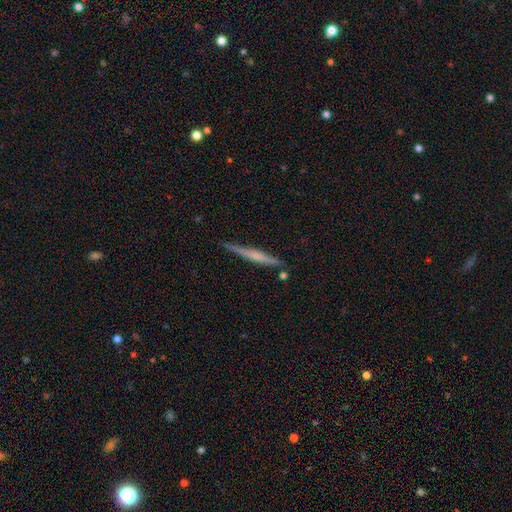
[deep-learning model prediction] This is likely a featured or disk galaxy (61%). It is clearly viewed edge-on (97%). Edge-on bulge: marginally rounded (41%). Merging: clearly none (83%).